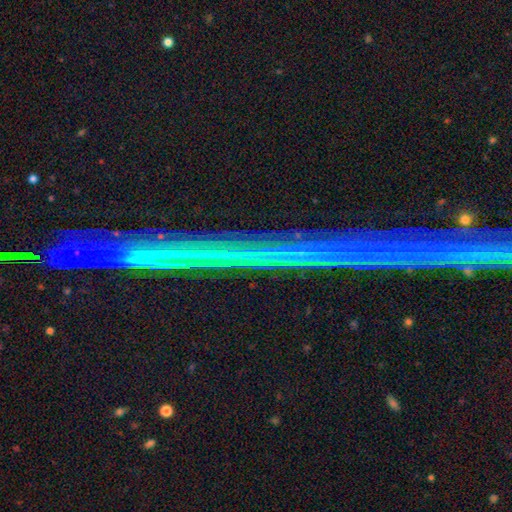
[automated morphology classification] The model was most divided on "smooth or featured": star or artifact: 79%, featured or disk: 12%, smooth: 9%.